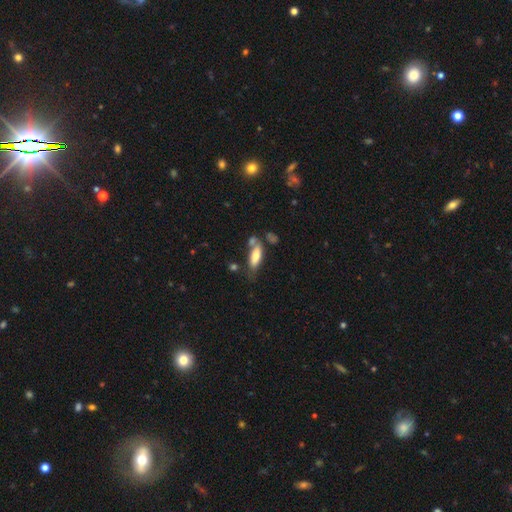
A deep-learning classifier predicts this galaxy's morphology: Smooth or featured? smooth (69%)
How rounded? in between (59%)
Merging? none (45%)